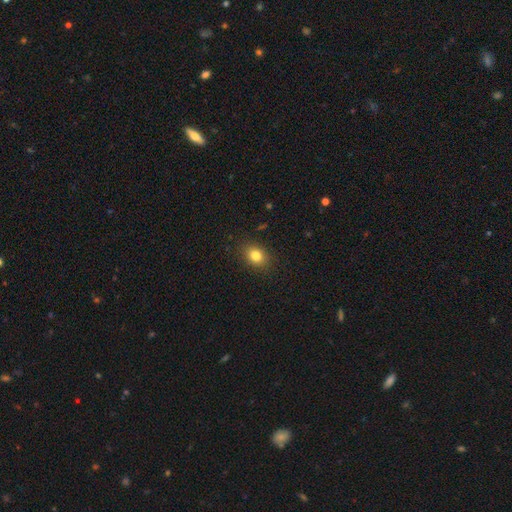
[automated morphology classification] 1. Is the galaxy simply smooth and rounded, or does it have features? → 82% smooth, 11% star or artifact, 7% featured or disk.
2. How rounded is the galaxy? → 54% in between, 45% round, 1% cigar-shaped.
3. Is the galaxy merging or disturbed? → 88% none, 9% minor disturbance, 2% major disturbance, 1% merger.